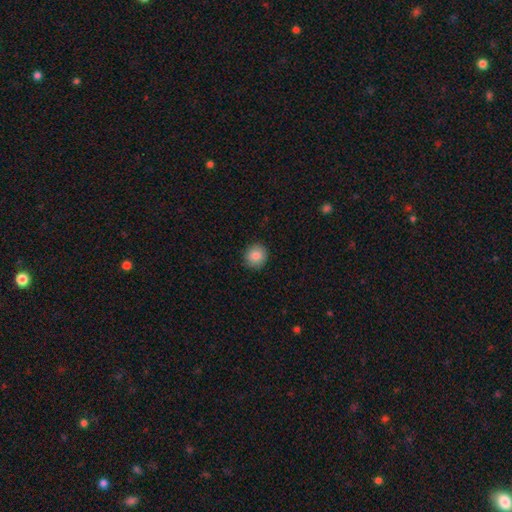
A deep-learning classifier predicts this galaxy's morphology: smooth-or-featured: smooth: 85% | star or artifact: 9% | featured or disk: 6%
  how-rounded: round: 89% | in between: 10% | cigar-shaped: 1%
  merging: none: 92% | minor disturbance: 6% | major disturbance: 2% | merger: 1%